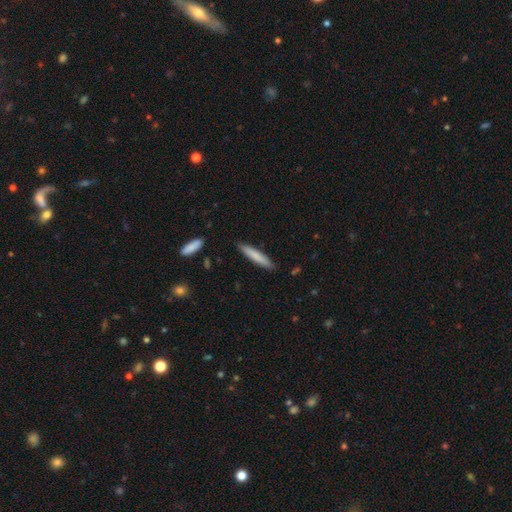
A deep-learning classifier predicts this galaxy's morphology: The model was most divided on "smooth or featured": smooth: 78%, featured or disk: 17%, star or artifact: 5%. More confident: how rounded — cigar-shaped (92%); merging — none (88%).